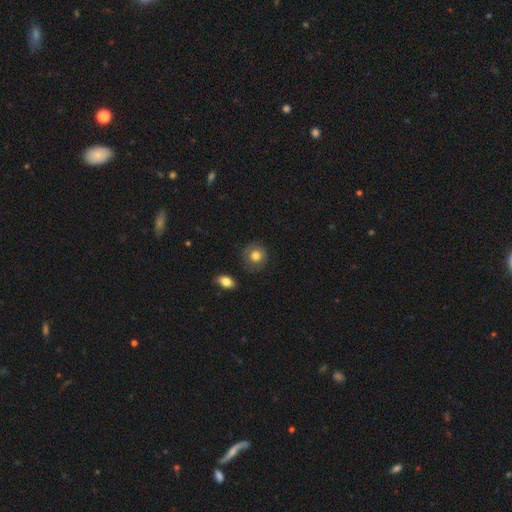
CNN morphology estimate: This appears to be a smooth galaxy with no disk features (76%) that is round (86%). Merging: none (82%).